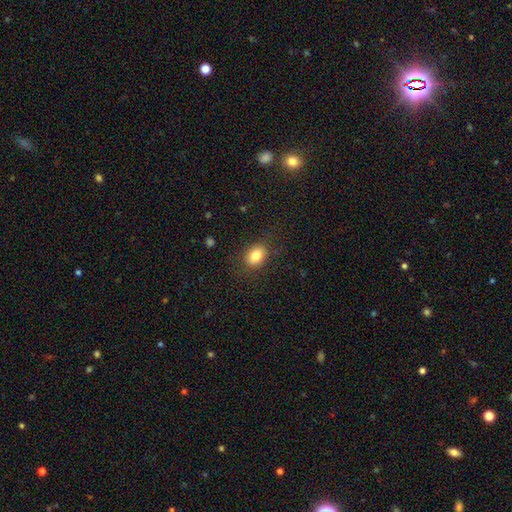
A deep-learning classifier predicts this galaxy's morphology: Smooth or featured? smooth (82%)
How rounded? in between (66%)
Merging? none (84%)